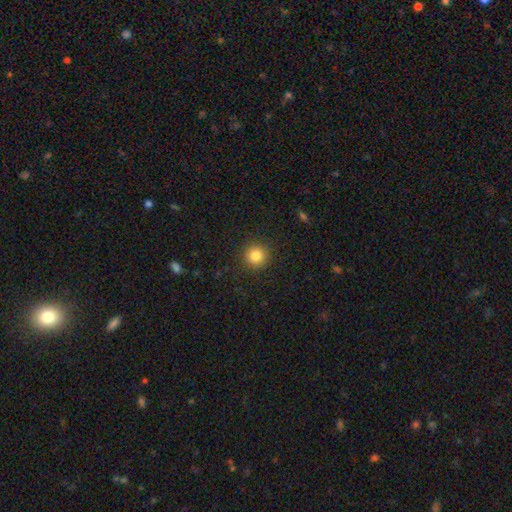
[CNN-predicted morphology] A smooth galaxy with no disk features (84%) that is round (94%).

Vote fractions:
- Smooth or featured? smooth: 84% / star or artifact: 11% / featured or disk: 5%
- How rounded? round: 94% / in between: 5% / cigar-shaped: 1%
- Merging? none: 91% / minor disturbance: 6% / major disturbance: 2% / merger: 1%